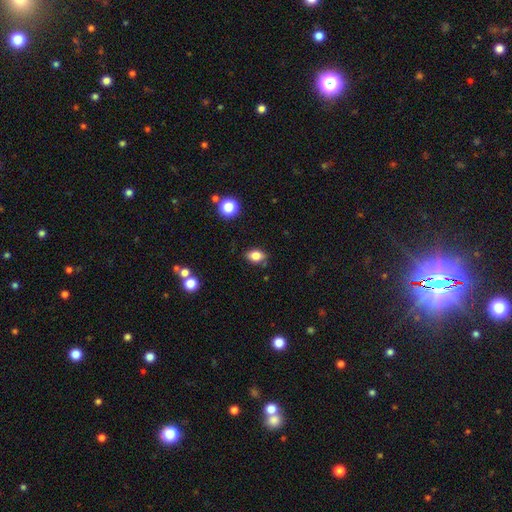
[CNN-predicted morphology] This is clearly a smooth galaxy (83%). How rounded: likely in between (77%). Merging: clearly none (80%).